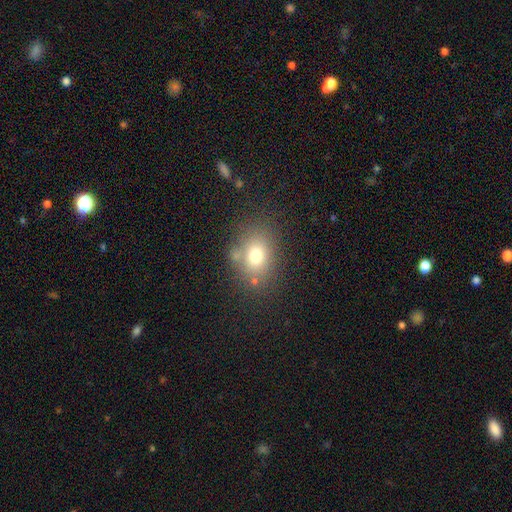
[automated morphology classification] type=smooth (72%); roundness=in between (62%); merging=none (71%).